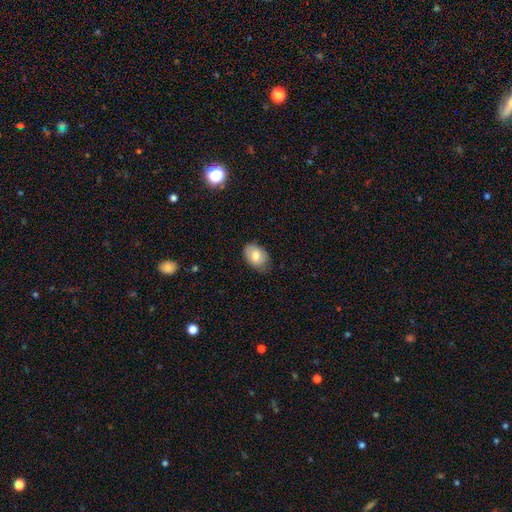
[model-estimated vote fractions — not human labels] Overall: smooth (77%). How rounded: in between (85%). Merging: none (71%).